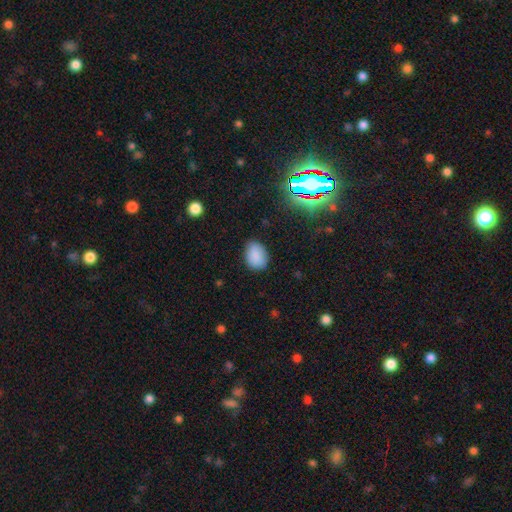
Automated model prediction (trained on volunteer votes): Overall: smooth (85%). How rounded: in between (70%). Merging: none (79%).